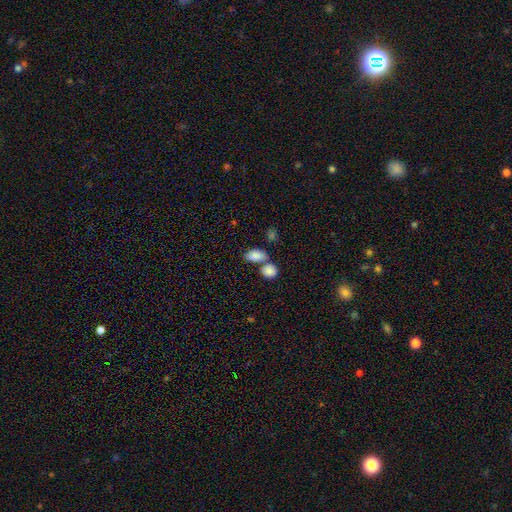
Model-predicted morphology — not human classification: smooth 86%, star or artifact 8%, featured or disk 6%. Down the decision tree: how rounded — in between (84%); merging — none (45%).